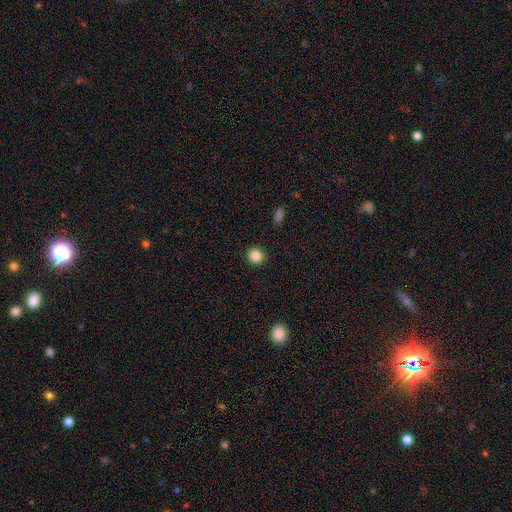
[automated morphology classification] The model was most divided on "smooth or featured": smooth: 86%, star or artifact: 10%, featured or disk: 4%. More confident: merging — none (92%); how rounded — round (88%).